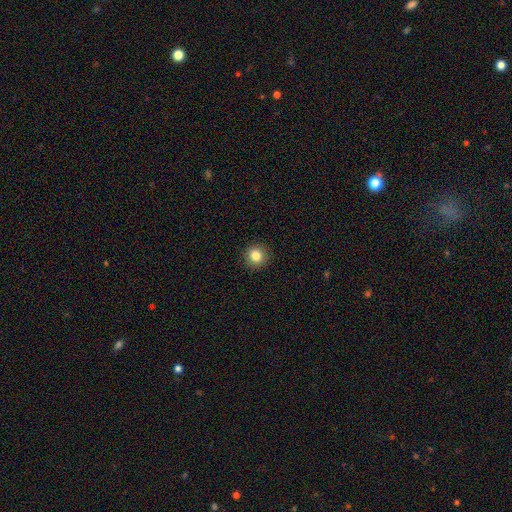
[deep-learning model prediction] This appears to be a smooth galaxy with no disk features (84%) that is round (93%). Merging: none (92%).